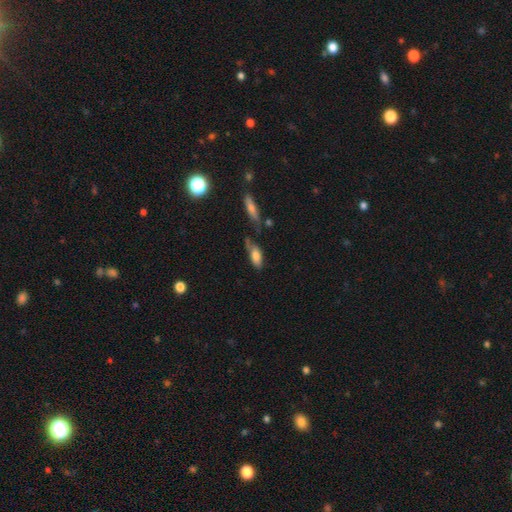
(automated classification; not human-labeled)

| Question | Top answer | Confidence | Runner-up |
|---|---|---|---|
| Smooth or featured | smooth | 76% | featured or disk (16%) |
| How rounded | in between | 76% | cigar-shaped (21%) |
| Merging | none | 37% | minor disturbance (31%) |